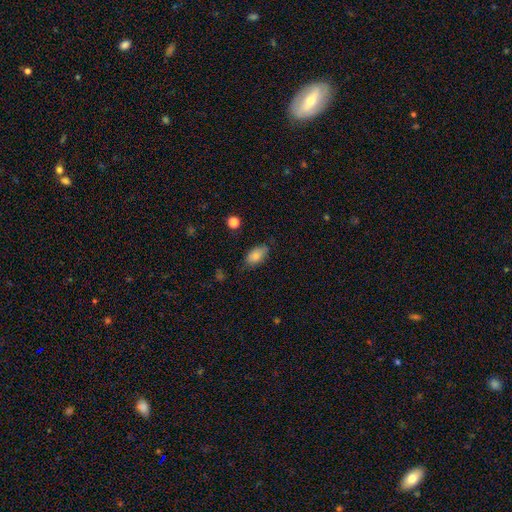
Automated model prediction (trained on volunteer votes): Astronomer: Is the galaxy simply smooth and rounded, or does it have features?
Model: smooth — 80%.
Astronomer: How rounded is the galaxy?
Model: in between — 90%.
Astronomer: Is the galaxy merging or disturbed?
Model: none — 70%.